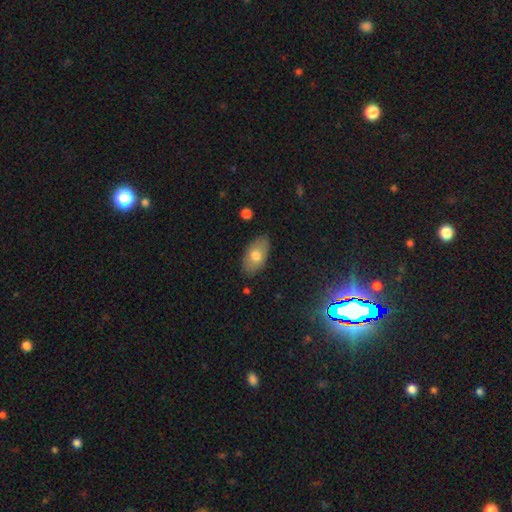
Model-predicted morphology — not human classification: smooth_or_featured: smooth (p=0.71) [alt: featured or disk p=0.22]
how_rounded: in between (p=0.93) [alt: round p=0.05]
merging: none (p=0.82) [alt: minor disturbance p=0.14]